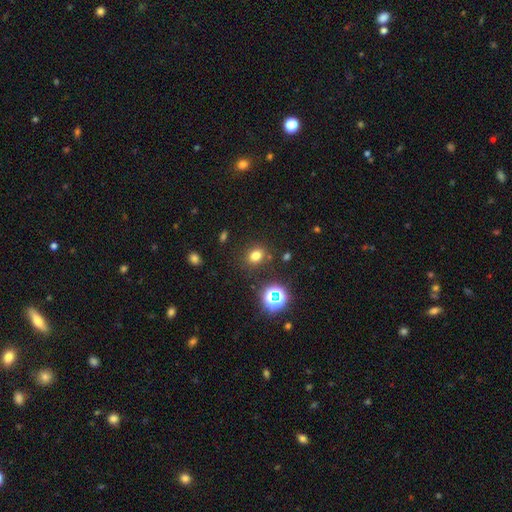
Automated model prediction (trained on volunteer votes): Smooth or featured? smooth (73%)
How rounded? round (54%)
Merging? none (82%)